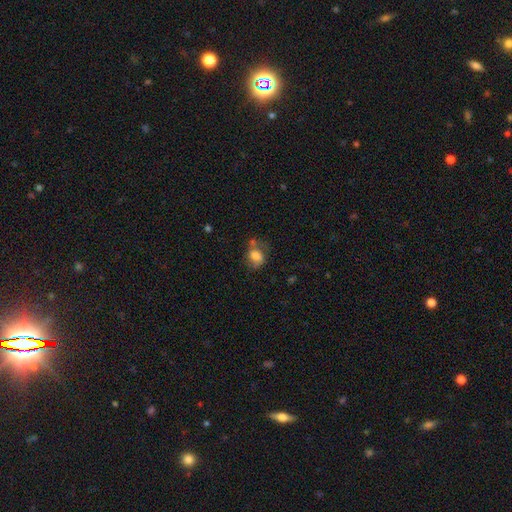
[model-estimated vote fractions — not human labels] smooth-or-featured: smooth: 70% | featured or disk: 20% | star or artifact: 10%
  how-rounded: in between: 64% | round: 35% | cigar-shaped: 2%
  merging: none: 38% | minor disturbance: 27% | major disturbance: 21% | merger: 13%